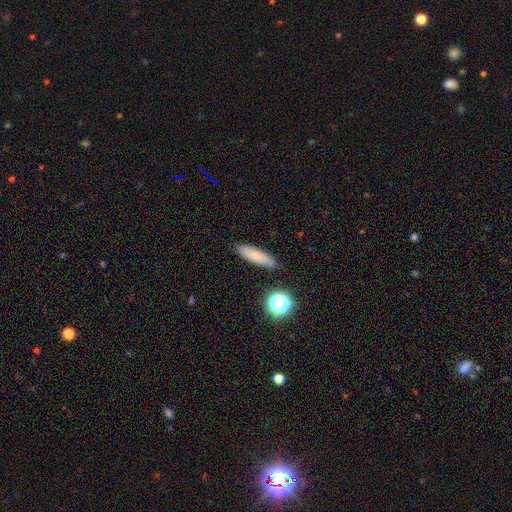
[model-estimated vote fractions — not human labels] This is likely a smooth galaxy (76%). How rounded: likely cigar-shaped (69%). Merging: clearly none (87%).